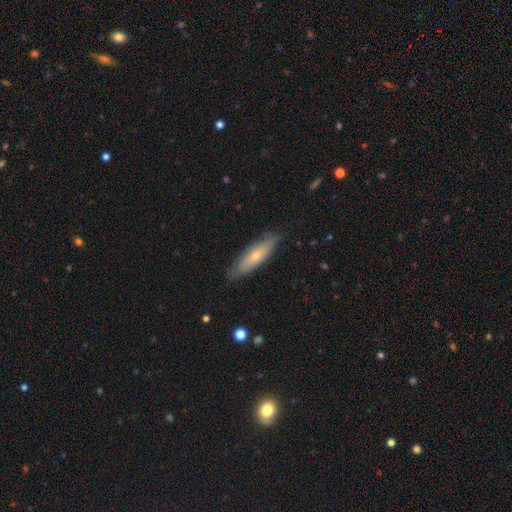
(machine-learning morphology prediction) smooth-or-featured: smooth: 56% | featured or disk: 38% | star or artifact: 6%
  how-rounded: cigar-shaped: 62% | in between: 36% | round: 2%
  merging: none: 80% | minor disturbance: 16% | major disturbance: 3% | merger: 1%